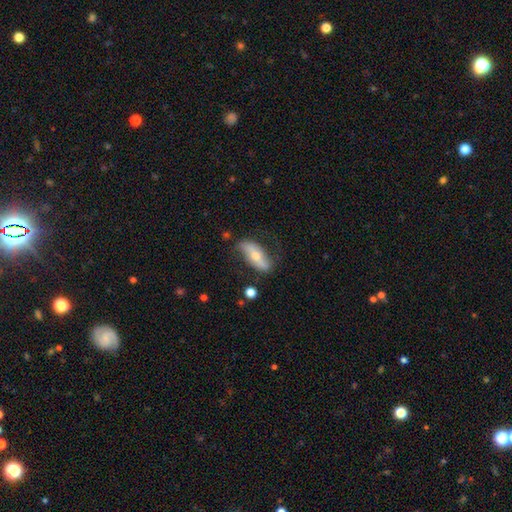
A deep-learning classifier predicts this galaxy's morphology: type=featured or disk (51%); edge-on=no (69%); merging=none (69%).